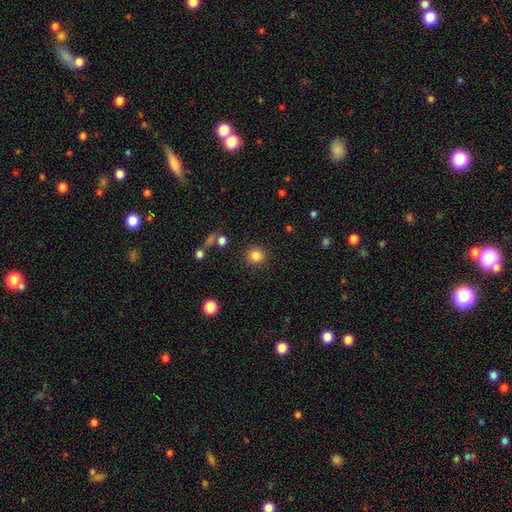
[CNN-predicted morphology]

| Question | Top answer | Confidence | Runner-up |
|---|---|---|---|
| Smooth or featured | smooth | 84% | star or artifact (11%) |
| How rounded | round | 89% | in between (10%) |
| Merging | none | 89% | minor disturbance (6%) |